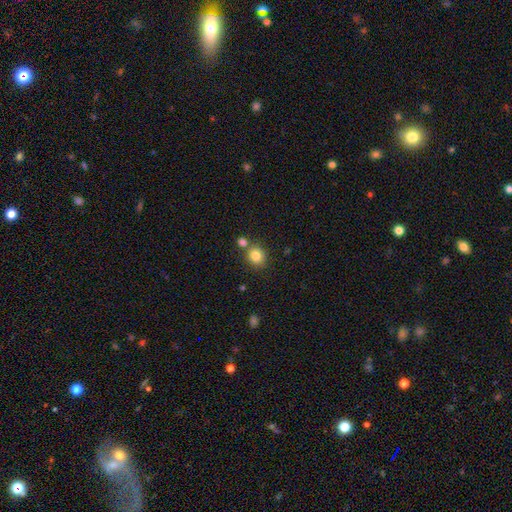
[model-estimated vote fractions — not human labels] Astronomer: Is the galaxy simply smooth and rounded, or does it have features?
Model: smooth — 83%.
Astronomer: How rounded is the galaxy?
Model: round — 79%.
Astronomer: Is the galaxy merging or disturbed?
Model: none — 71%.